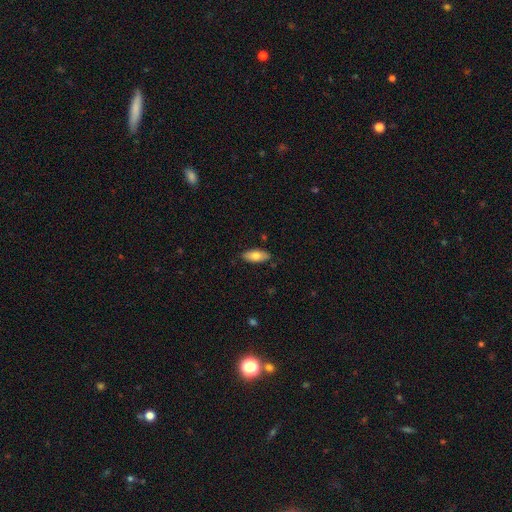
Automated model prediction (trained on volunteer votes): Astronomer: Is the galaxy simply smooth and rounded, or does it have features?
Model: smooth — 74%.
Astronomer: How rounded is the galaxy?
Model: in between — 86%.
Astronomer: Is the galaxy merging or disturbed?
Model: none — 86%.